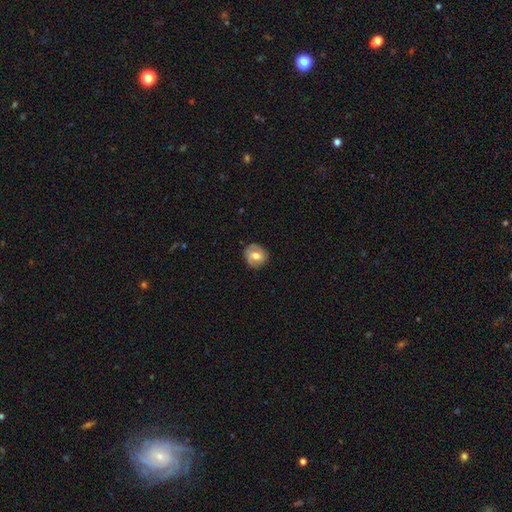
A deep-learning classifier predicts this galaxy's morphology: type=smooth (51%); roundness=round (80%); merging=none (79%).